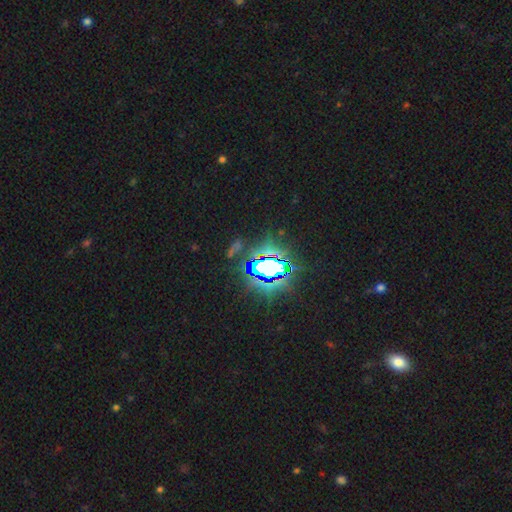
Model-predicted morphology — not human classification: Overall: star or artifact (84%).